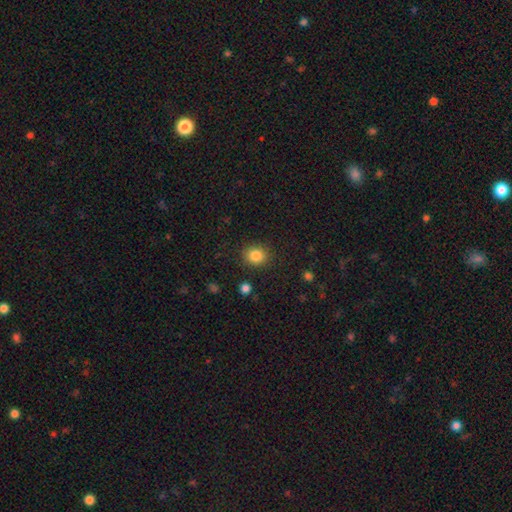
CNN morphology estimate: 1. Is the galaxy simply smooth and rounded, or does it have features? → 85% smooth, 10% star or artifact, 5% featured or disk.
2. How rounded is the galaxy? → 75% round, 24% in between, 1% cigar-shaped.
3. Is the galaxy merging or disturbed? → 88% none, 8% minor disturbance, 3% major disturbance, 2% merger.